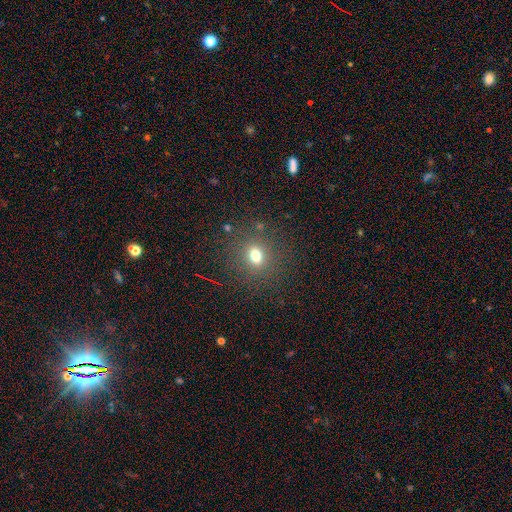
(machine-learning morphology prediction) A smooth galaxy with no disk features (72%) that is round (60%). Merging: none (84%).